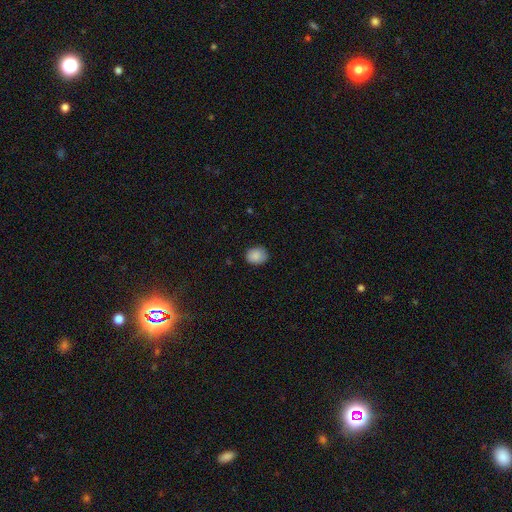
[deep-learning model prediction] smooth_or_featured: smooth (p=0.88) [alt: star or artifact p=0.08]
how_rounded: round (p=0.53) [alt: in between p=0.46]
merging: none (p=0.83) [alt: minor disturbance p=0.14]